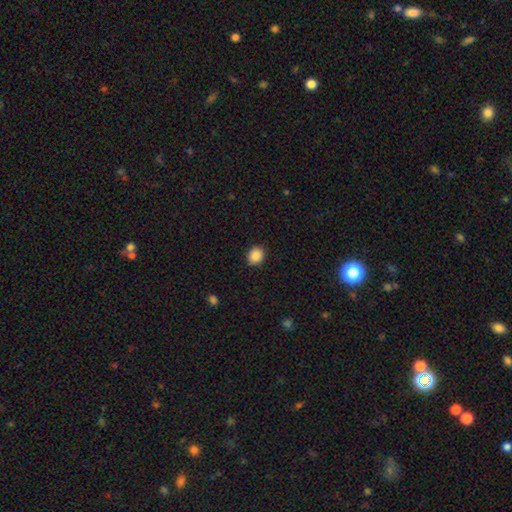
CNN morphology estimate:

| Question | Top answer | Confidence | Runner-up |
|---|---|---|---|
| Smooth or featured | smooth | 88% | star or artifact (9%) |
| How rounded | round | 68% | in between (31%) |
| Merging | none | 90% | minor disturbance (7%) |